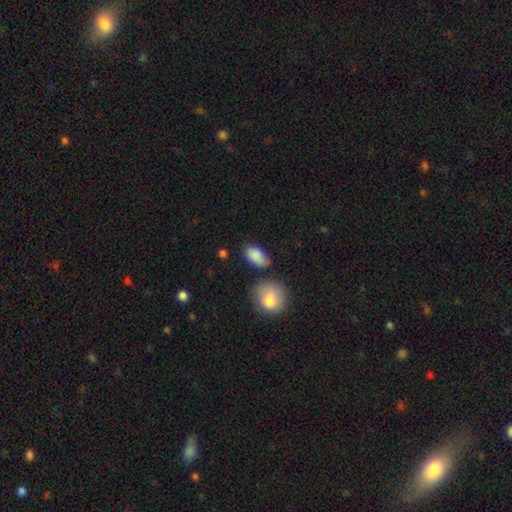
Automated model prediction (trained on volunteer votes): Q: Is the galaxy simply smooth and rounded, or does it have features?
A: smooth — 86%.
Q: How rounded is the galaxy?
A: in between — 91%.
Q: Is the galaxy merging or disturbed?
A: none — 64%.